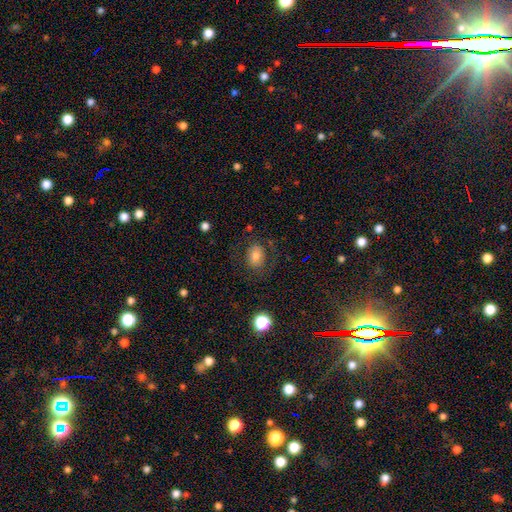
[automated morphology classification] Q: Smooth or featured?
A: smooth (70%); runner-up: featured or disk (18%)
Q: How rounded?
A: in between (63%); runner-up: round (36%)
Q: Merging?
A: none (75%); runner-up: minor disturbance (14%)